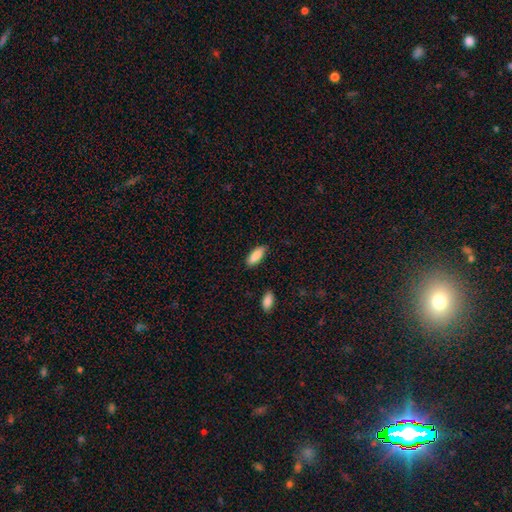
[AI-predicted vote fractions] Smooth or featured? smooth (89%)
How rounded? in between (68%)
Merging? none (84%)